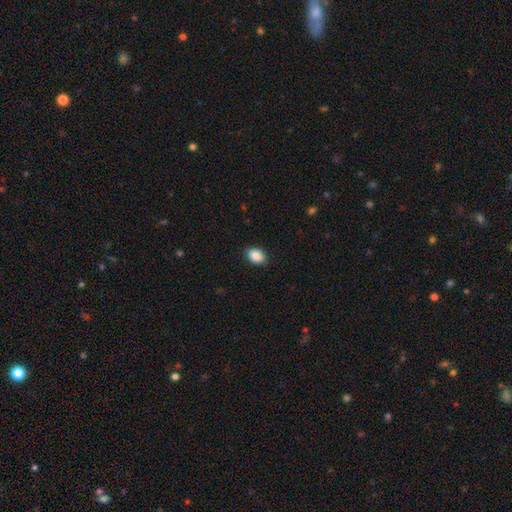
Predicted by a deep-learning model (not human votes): smooth-or-featured: smooth: 89% | star or artifact: 7% | featured or disk: 3%
  how-rounded: in between: 83% | round: 16% | cigar-shaped: 1%
  merging: none: 87% | minor disturbance: 10% | major disturbance: 2% | merger: 1%